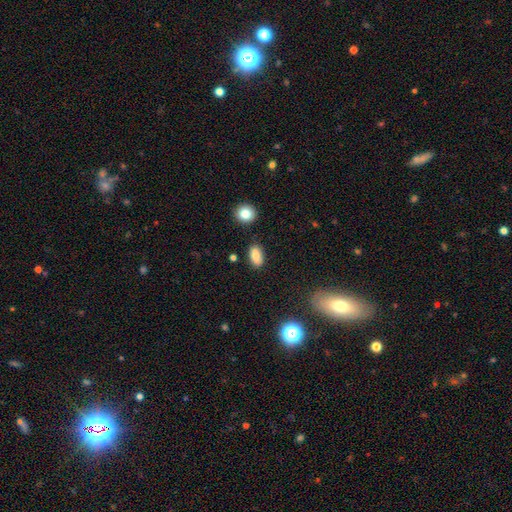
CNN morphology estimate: smooth-or-featured: smooth: 83% | star or artifact: 9% | featured or disk: 8%
  how-rounded: in between: 89% | round: 6% | cigar-shaped: 5%
  merging: none: 84% | minor disturbance: 10% | merger: 3% | major disturbance: 2%